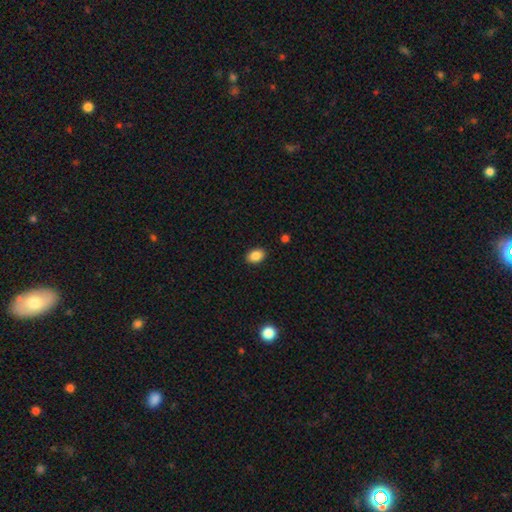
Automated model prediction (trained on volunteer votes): Q: Smooth or featured?
A: smooth (86%); runner-up: star or artifact (9%)
Q: How rounded?
A: in between (82%); runner-up: round (17%)
Q: Merging?
A: none (89%); runner-up: minor disturbance (8%)